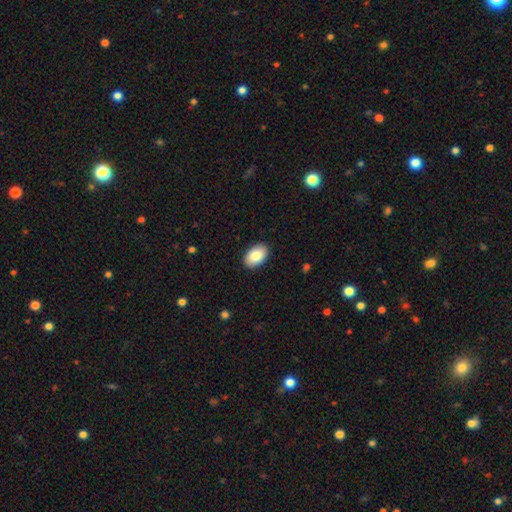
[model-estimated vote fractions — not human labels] smooth-or-featured: smooth: 86% | featured or disk: 8% | star or artifact: 6%
  how-rounded: in between: 92% | round: 7% | cigar-shaped: 1%
  merging: none: 90% | minor disturbance: 7% | major disturbance: 2% | merger: 1%